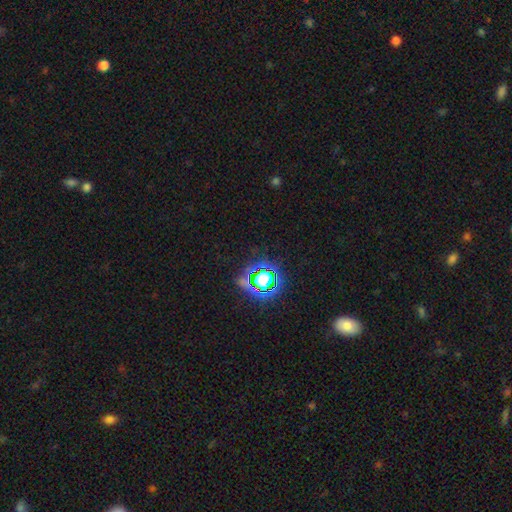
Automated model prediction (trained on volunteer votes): The model was most divided on "smooth or featured": star or artifact: 76%, smooth: 16%, featured or disk: 8%.